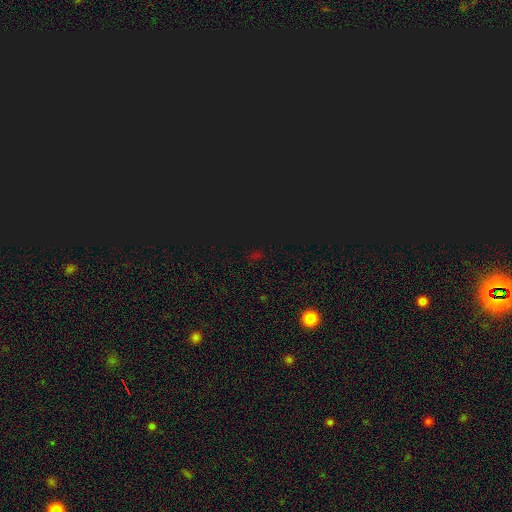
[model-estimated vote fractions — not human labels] Smooth or featured?
  - star or artifact: 75% *
  - smooth: 19%
  - featured or disk: 6%